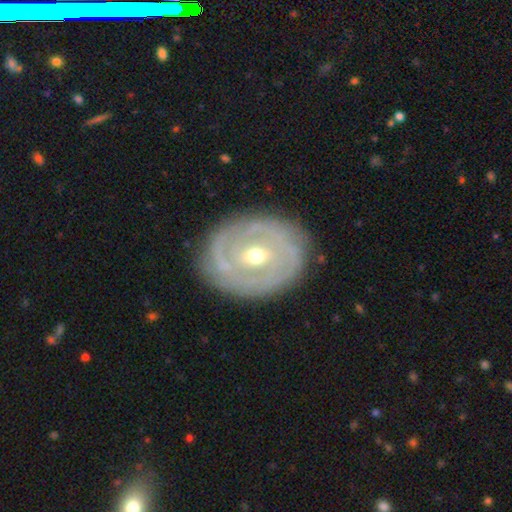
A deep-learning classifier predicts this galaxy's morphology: A featured or disk galaxy (82%) with no bar (47%), 2 (38%) tight (74%) spiral arms (83%) and a moderate central bulge (56%). Merging: none (82%).